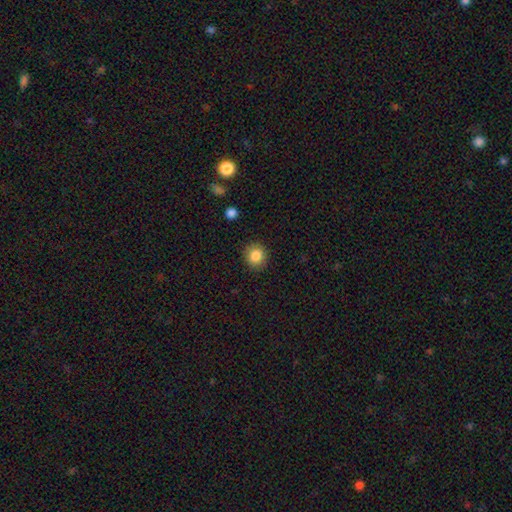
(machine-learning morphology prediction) smooth-or-featured: smooth: 85% | star or artifact: 10% | featured or disk: 5%
  how-rounded: round: 83% | in between: 17% | cigar-shaped: 1%
  merging: none: 89% | minor disturbance: 8% | major disturbance: 2% | merger: 1%